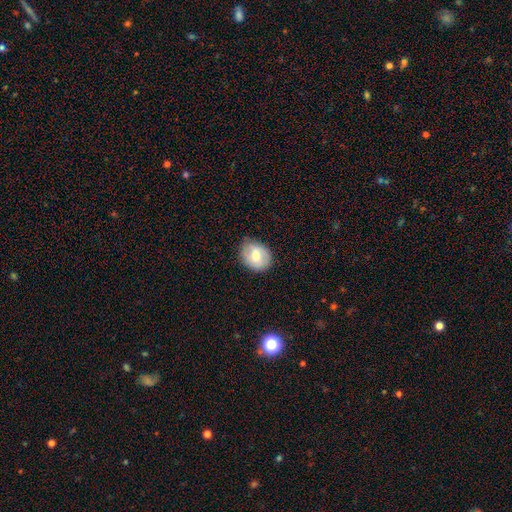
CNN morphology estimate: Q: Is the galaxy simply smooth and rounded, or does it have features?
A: smooth — 57%.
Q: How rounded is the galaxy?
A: round — 52%.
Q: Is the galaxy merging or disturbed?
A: none — 76%.